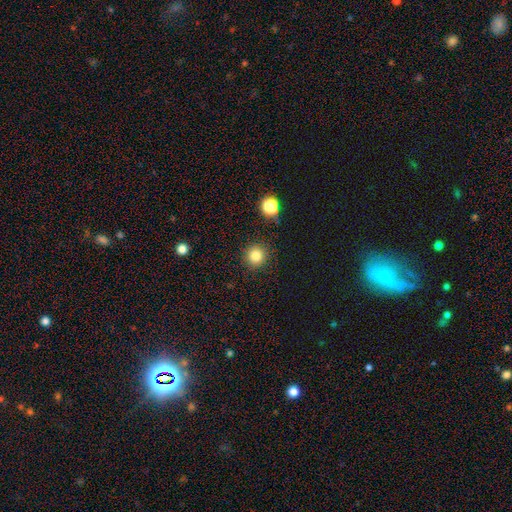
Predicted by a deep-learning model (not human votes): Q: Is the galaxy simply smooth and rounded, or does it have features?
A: smooth — 82%.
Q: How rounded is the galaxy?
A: round — 94%.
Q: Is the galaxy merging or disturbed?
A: none — 90%.